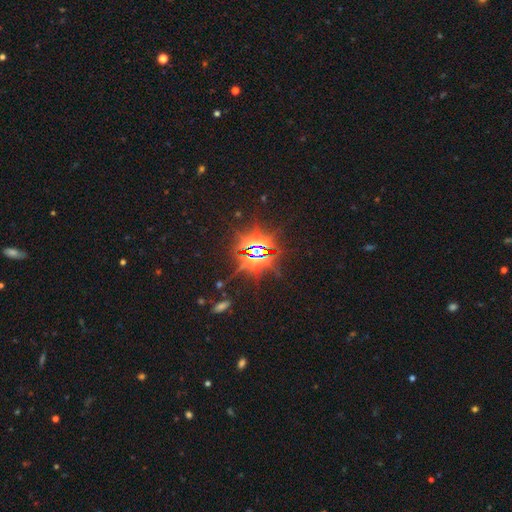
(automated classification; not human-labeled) smooth_or_featured: star or artifact (p=0.84) [alt: smooth p=0.08]